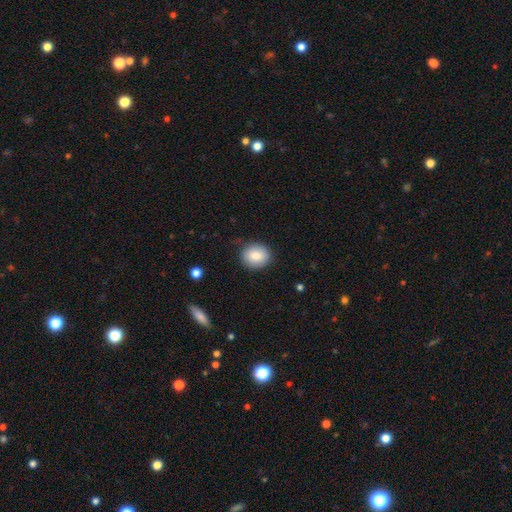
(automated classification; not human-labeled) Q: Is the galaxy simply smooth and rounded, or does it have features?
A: smooth — 85%.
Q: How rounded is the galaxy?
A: round — 65%.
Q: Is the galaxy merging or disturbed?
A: none — 84%.